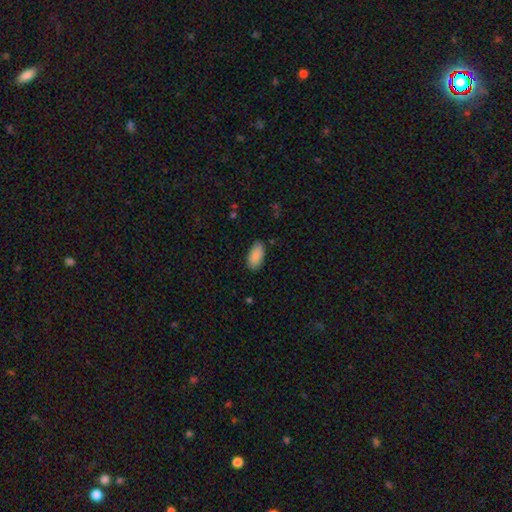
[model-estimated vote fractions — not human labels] This appears to be a smooth galaxy with no disk features (89%) that is in between round and cigar-shaped (94%). Merging: none (83%).